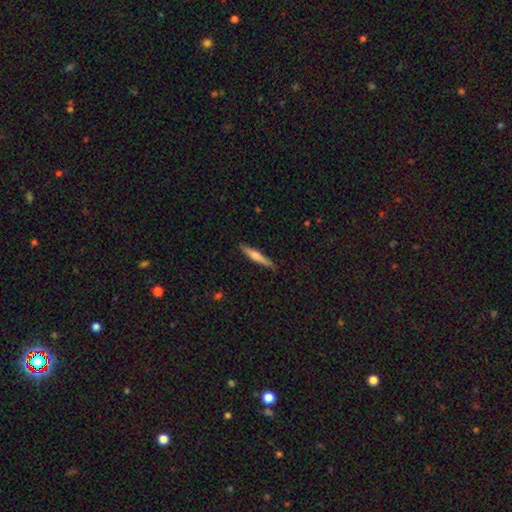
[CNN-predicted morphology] A featured or disk galaxy (48%). Merging: none (89%).